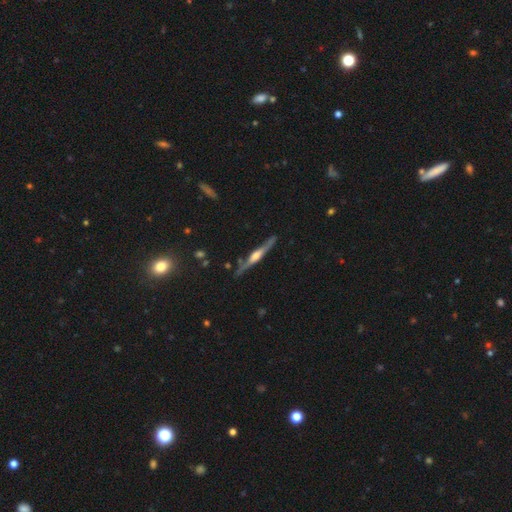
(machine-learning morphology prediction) Smooth or featured? Predicted: featured or disk (p=0.76). Edge-on disk? Predicted: yes (p=0.96). Edge-on bulge? Predicted: rounded (p=0.76). Merging? Predicted: none (p=0.83).